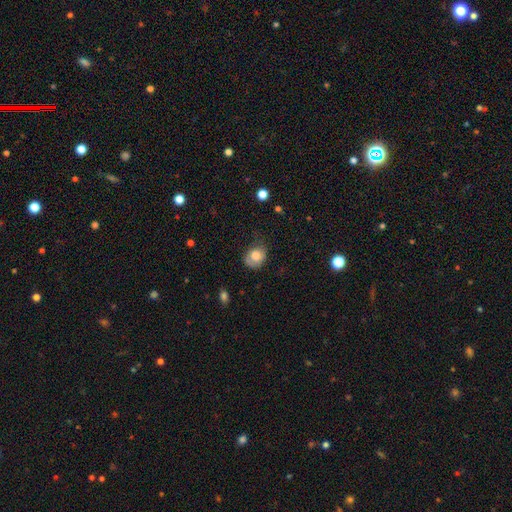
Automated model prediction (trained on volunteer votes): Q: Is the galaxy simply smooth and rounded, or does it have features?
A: smooth — 72%.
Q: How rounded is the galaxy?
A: round — 61%.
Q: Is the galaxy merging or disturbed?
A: none — 51%.